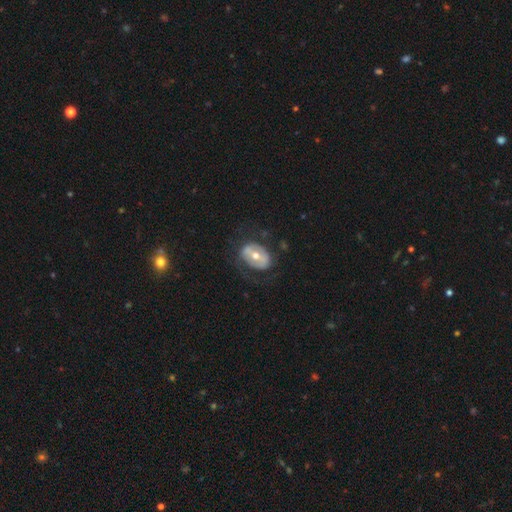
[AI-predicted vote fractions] Smooth or featured?
  - featured or disk: 60% *
  - smooth: 33%
  - star or artifact: 7%
Edge-on disk?
  - no: 94% *
  - yes: 6%
Bar?
  - no: 45% *
  - strong: 28%
  - weak: 27%
Spiral arms?
  - no: 66% *
  - yes: 34%
Bulge size?
  - moderate: 71% *
  - small: 22%
  - large: 5%
  - none: 1%
  - dominant: 1%
Merging?
  - none: 63% *
  - minor disturbance: 18%
  - major disturbance: 17%
  - merger: 2%